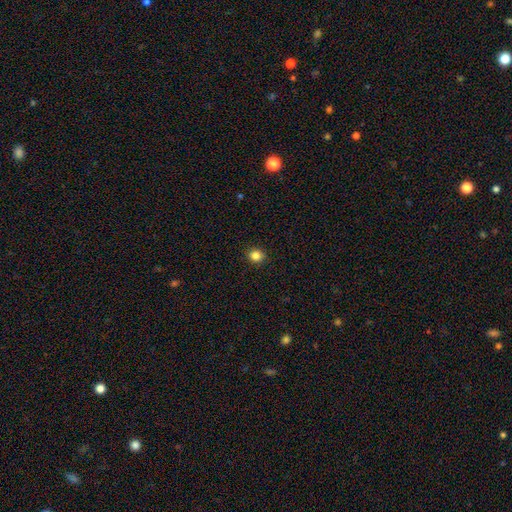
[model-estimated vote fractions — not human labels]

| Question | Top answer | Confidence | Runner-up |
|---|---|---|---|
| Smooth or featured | smooth | 85% | star or artifact (11%) |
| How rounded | round | 80% | in between (19%) |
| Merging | none | 91% | minor disturbance (6%) |